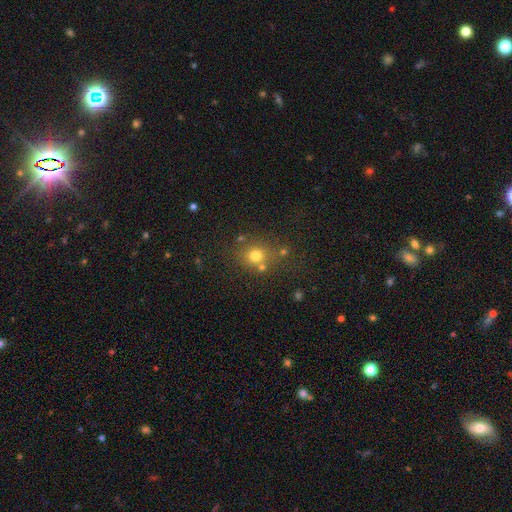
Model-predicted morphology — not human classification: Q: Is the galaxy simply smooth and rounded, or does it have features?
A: smooth — 72%.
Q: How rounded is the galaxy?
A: round — 83%.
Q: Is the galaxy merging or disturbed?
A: none — 69%.